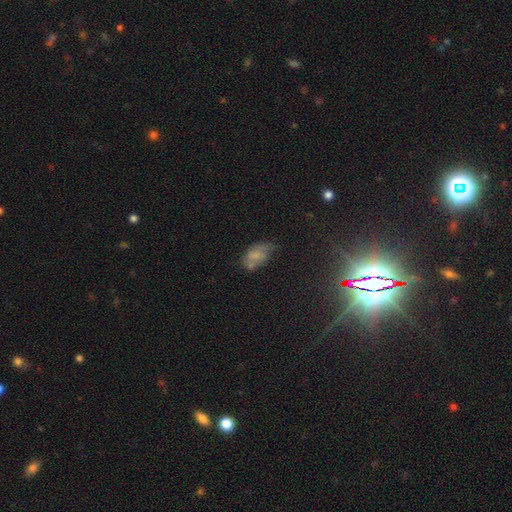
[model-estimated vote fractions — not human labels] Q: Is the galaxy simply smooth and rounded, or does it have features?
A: smooth — 57%.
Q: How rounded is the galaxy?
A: in between — 90%.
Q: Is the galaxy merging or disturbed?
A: none — 39%.